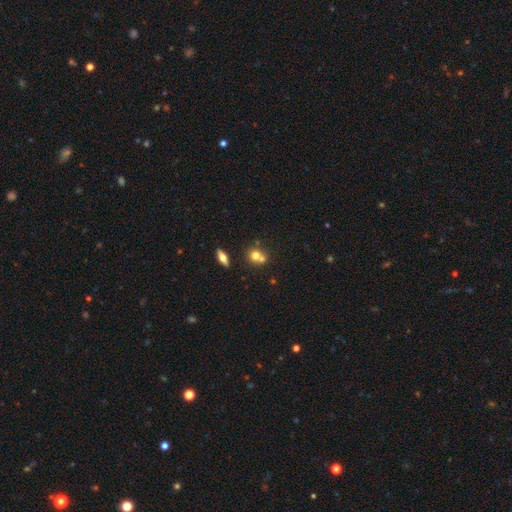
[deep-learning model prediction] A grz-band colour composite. It shows a smooth galaxy with no disk features (68%) that is round (79%). Merging: merger (47%).